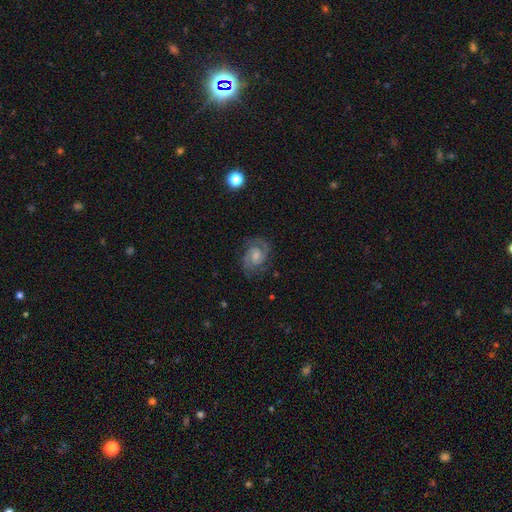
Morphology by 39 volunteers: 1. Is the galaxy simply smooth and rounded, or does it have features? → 90% featured or disk, 8% smooth, 3% star or artifact.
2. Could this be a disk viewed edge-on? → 97% no, 3% yes.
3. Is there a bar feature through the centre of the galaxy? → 53% weak, 44% no, 3% strong.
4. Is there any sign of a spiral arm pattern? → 100% yes, 0% no.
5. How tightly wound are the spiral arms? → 50% medium, 47% tight, 3% loose.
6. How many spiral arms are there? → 82% 2, 9% 3, 6% can't tell, 3% 1, 0% 4, 0% more than 4.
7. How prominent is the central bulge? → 50% moderate, 35% small, 9% none, 6% large, 0% dominant.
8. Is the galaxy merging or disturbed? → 68% none, 18% minor disturbance, 13% major disturbance, 0% merger.